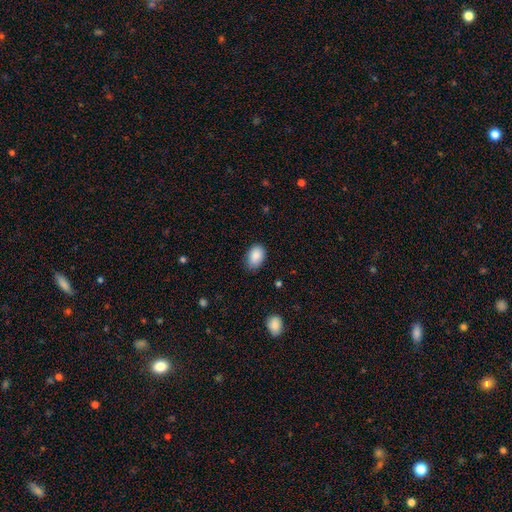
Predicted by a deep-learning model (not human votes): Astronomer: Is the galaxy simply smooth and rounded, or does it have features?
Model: smooth — 88%.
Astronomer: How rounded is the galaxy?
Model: in between — 86%.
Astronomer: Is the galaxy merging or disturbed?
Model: none — 79%.